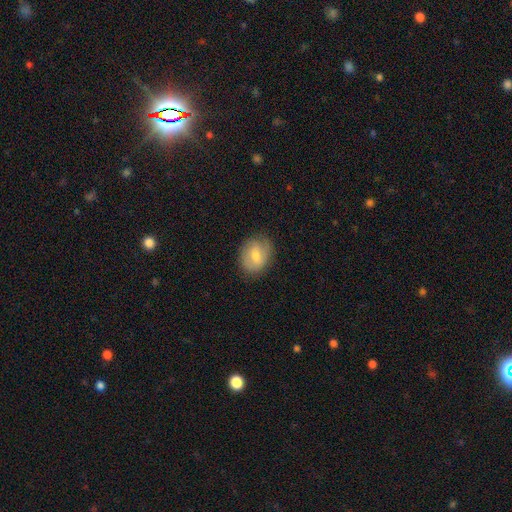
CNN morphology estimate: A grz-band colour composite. It shows a smooth galaxy with no disk features (56%) that is in between round and cigar-shaped (53%). Merging: none (80%).